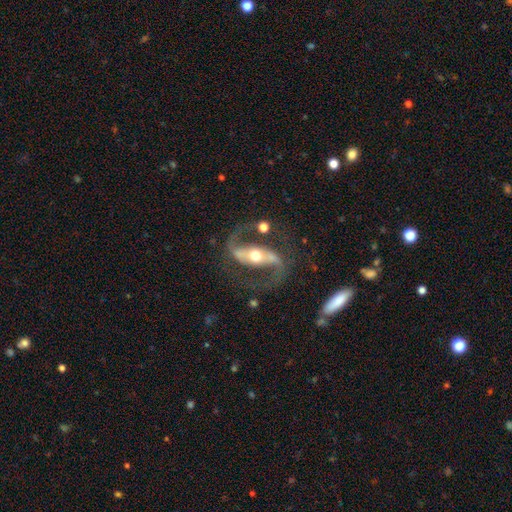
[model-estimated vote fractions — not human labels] Smooth or featured?
  - featured or disk: 91% *
  - smooth: 5%
  - star or artifact: 4%
Edge-on disk?
  - no: 95% *
  - yes: 5%
Bar?
  - strong: 59% *
  - weak: 24%
  - no: 17%
Spiral arms?
  - yes: 96% *
  - no: 4%
Spiral winding?
  - medium: 49% *
  - loose: 41%
  - tight: 10%
Spiral arm count?
  - 2: 94% *
  - 1: 2%
  - can't tell: 2%
  - 3: 1%
  - 4: 1%
  - more than 4: 1%
Bulge size?
  - moderate: 70% *
  - small: 17%
  - large: 10%
  - dominant: 1%
  - none: 1%
Merging?
  - none: 76% *
  - minor disturbance: 12%
  - major disturbance: 9%
  - merger: 3%